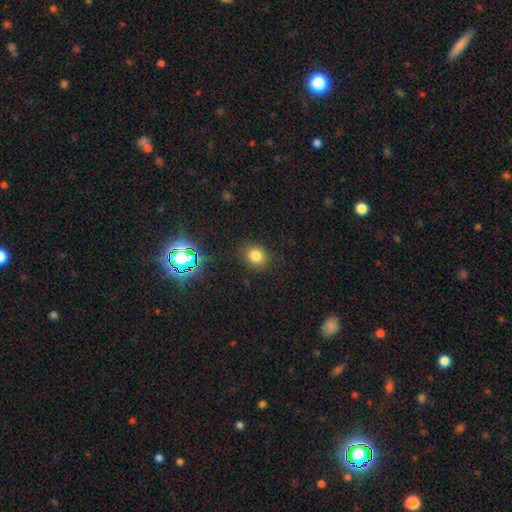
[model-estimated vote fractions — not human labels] Overall: smooth (77%). How rounded: round (66%; in between 33%). Merging: none (85%).